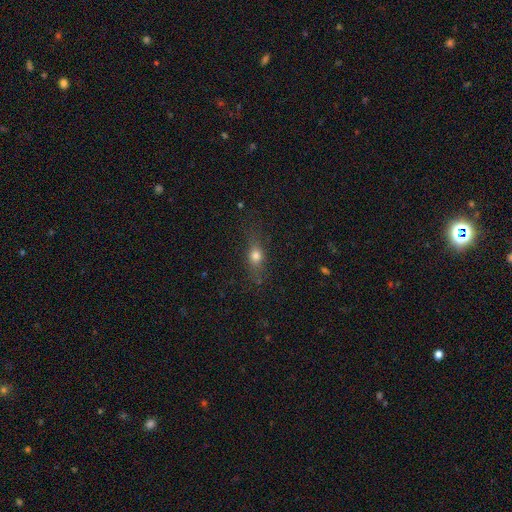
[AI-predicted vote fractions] Smooth or featured? Predicted: smooth (p=0.68). How rounded? Predicted: in between (p=0.53). Merging? Predicted: none (p=0.75).